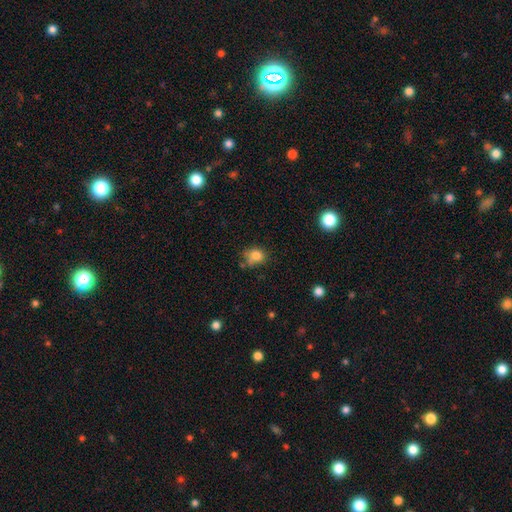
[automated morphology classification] smooth-or-featured: smooth: 81% | star or artifact: 11% | featured or disk: 8%
  how-rounded: round: 59% | in between: 40% | cigar-shaped: 1%
  merging: none: 53% | minor disturbance: 27% | merger: 10% | major disturbance: 9%